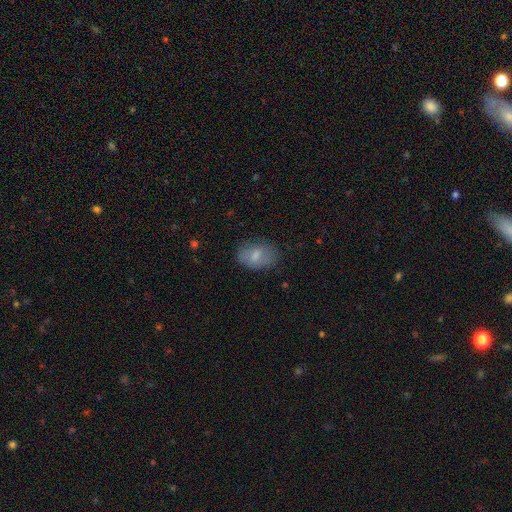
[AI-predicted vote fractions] Smooth or featured? Predicted: smooth (p=0.71). How rounded? Predicted: in between (p=0.86). Merging? Predicted: none (p=0.73).